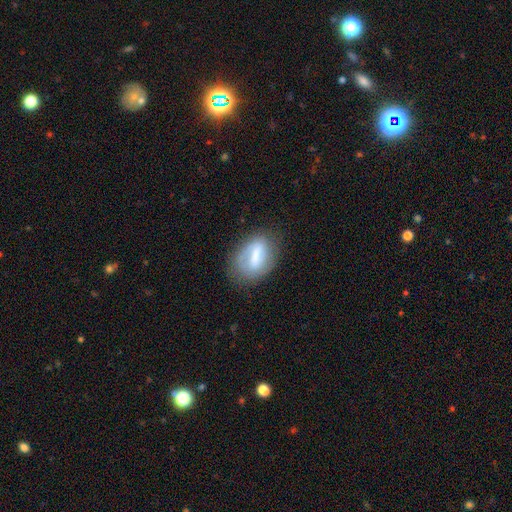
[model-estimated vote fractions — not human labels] This is possibly a smooth galaxy (49%). Merging: likely none (65%).